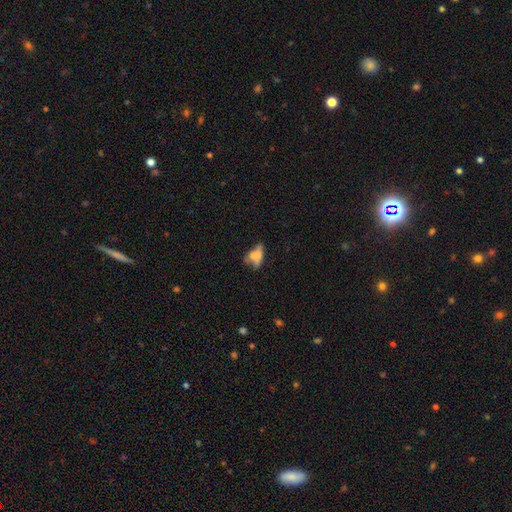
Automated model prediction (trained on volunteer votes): Morphology: type=smooth (52%); roundness=in between (73%); merging=none (32%).